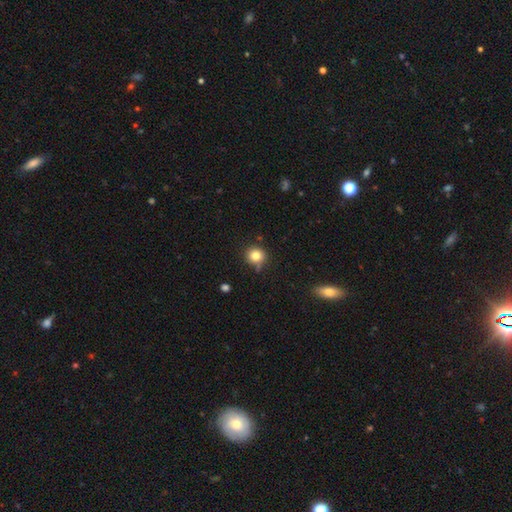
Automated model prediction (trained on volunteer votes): Morphology: type=smooth (81%); roundness=round (90%); merging=none (81%).